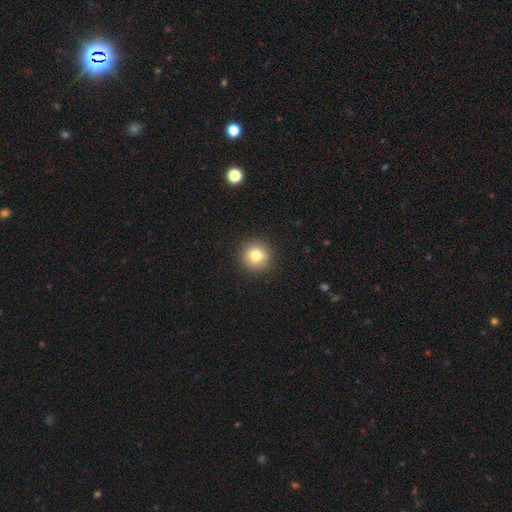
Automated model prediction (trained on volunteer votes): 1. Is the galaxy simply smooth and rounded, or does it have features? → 78% smooth, 11% star or artifact, 11% featured or disk.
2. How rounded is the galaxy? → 94% round, 5% in between, 1% cigar-shaped.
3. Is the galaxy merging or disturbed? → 91% none, 6% minor disturbance, 2% major disturbance, 1% merger.